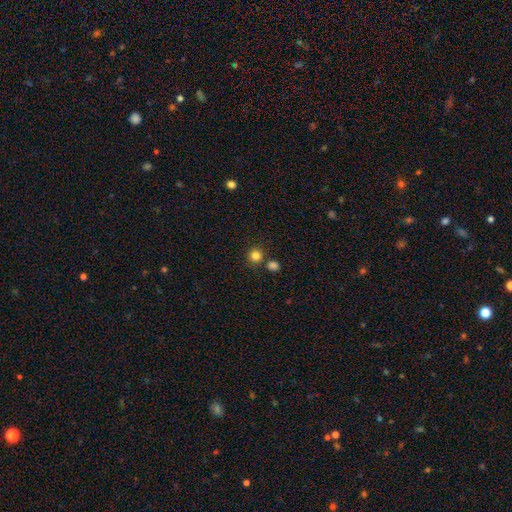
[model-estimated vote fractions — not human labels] A smooth galaxy with no disk features (83%) that is round (92%).

Vote fractions:
- Smooth or featured? smooth: 83% / star or artifact: 13% / featured or disk: 5%
- How rounded? round: 92% / in between: 7% / cigar-shaped: 1%
- Merging? none: 78% / merger: 12% / minor disturbance: 7% / major disturbance: 3%